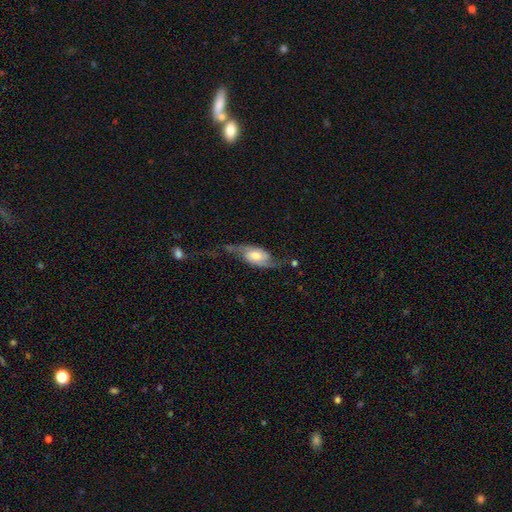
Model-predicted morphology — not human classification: type=featured or disk (75%); edge-on=no (90%); bar=no (54%); spiral arms=yes (93%); winding=loose (62%); arm count=2 (90%); bulge=moderate (52%); merging=none (51%).